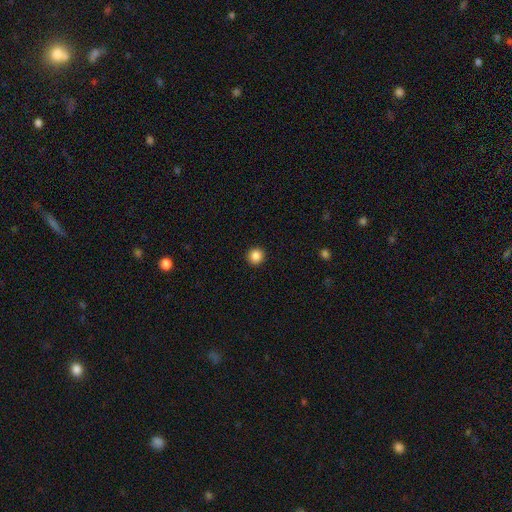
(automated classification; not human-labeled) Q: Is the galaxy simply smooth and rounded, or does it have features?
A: smooth — 86%.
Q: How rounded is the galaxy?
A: round — 94%.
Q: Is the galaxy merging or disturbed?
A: none — 93%.